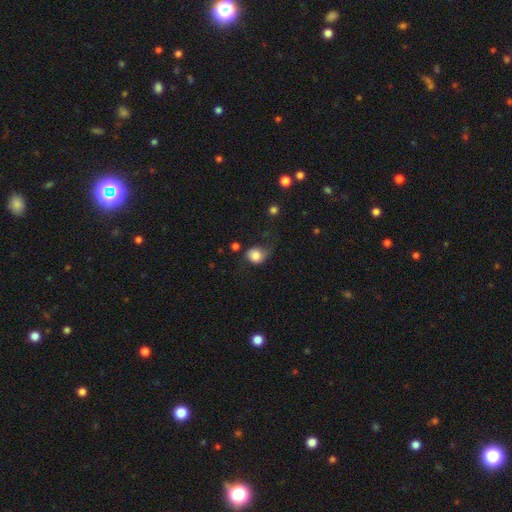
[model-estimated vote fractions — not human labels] The model was most divided on "merging": none: 47%, minor disturbance: 29%, major disturbance: 21%, merger: 3%. More confident: smooth or featured — smooth (78%); how rounded — round (70%).